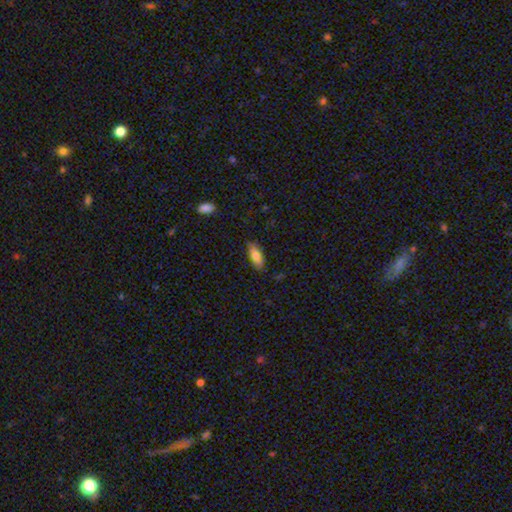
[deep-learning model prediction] smooth-or-featured: smooth: 77% | featured or disk: 16% | star or artifact: 7%
  how-rounded: in between: 77% | cigar-shaped: 21% | round: 2%
  merging: none: 82% | minor disturbance: 14% | major disturbance: 2% | merger: 1%